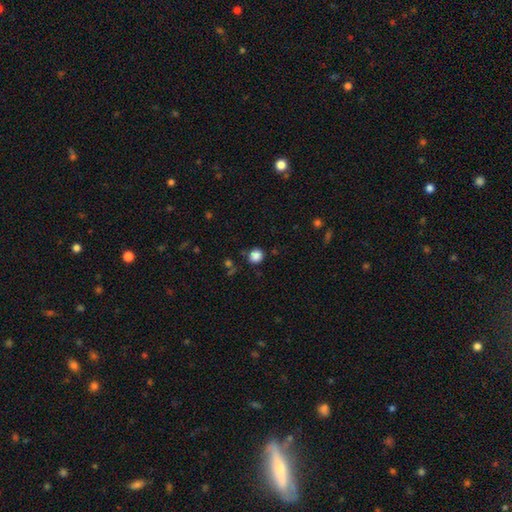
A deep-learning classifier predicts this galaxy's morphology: smooth 85%, star or artifact 11%, featured or disk 4%. Down the decision tree: how rounded — round (87%); merging — none (83%).